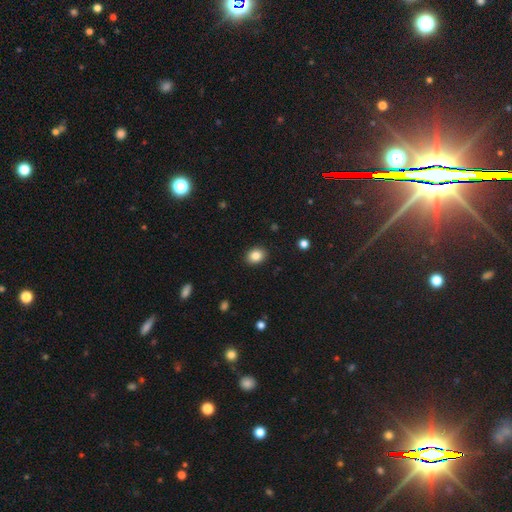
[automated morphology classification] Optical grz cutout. It shows a smooth galaxy with no disk features (86%) that is in between round and cigar-shaped (62%). Merging: none (90%).